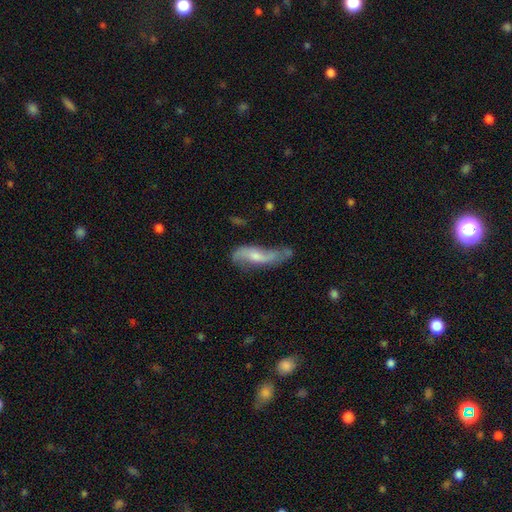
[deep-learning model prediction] Smooth or featured? featured or disk (65%)
Edge-on disk? no (82%)
Bar? no (51%)
Spiral arms? yes (87%)
Bulge size? moderate (45%)
Merging? none (47%)